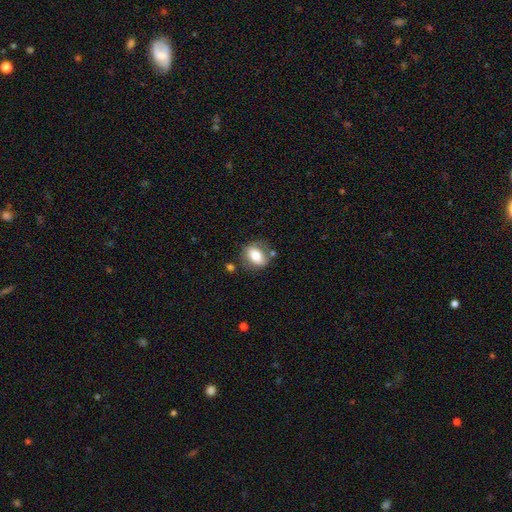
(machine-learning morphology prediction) A smooth galaxy with no disk features (67%) that is in between round and cigar-shaped (63%). Merging: none (69%).